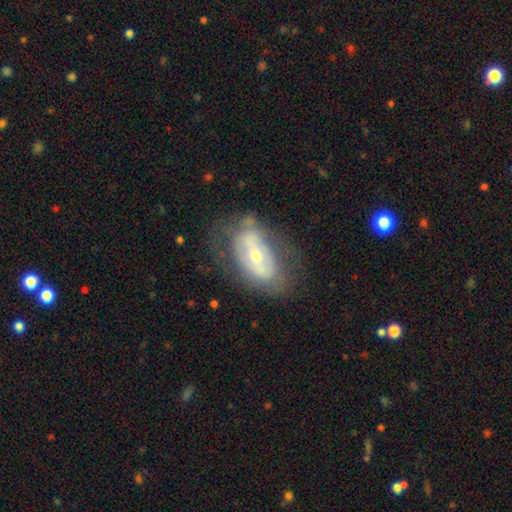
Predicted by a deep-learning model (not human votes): Morphology: type=featured or disk (68%); edge-on=no (90%); bar=no (42%); spiral arms=no (55%); bulge=moderate (49%); merging=none (61%).